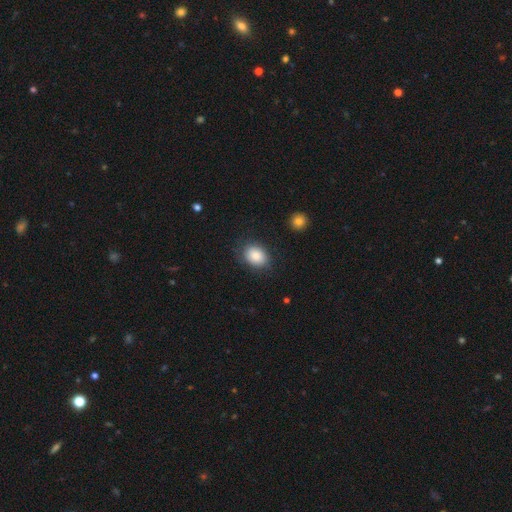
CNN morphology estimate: A smooth galaxy with no disk features (86%) that is in between round and cigar-shaped (58%).

Vote fractions:
- Smooth or featured? smooth: 86% / star or artifact: 8% / featured or disk: 6%
- How rounded? in between: 58% / round: 41% / cigar-shaped: 1%
- Merging? none: 80% / minor disturbance: 14% / major disturbance: 5% / merger: 2%